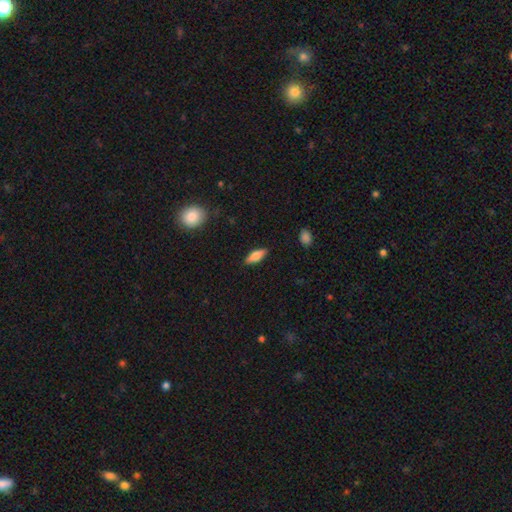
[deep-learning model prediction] Overall: smooth (71%). How rounded: in between (64%; cigar-shaped 33%). Merging: none (87%).